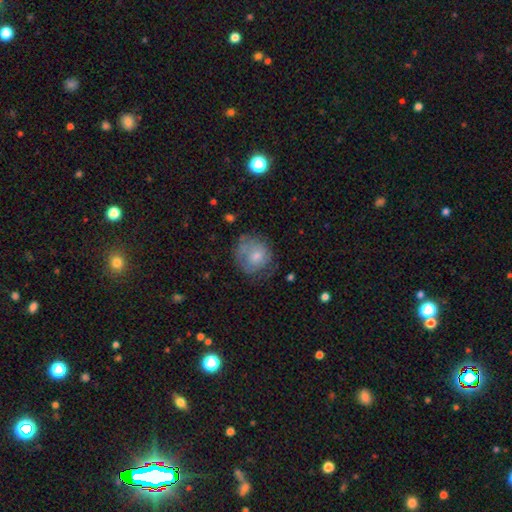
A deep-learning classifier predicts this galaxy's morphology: Smooth or featured? smooth (62%)
How rounded? round (80%)
Merging? none (54%)